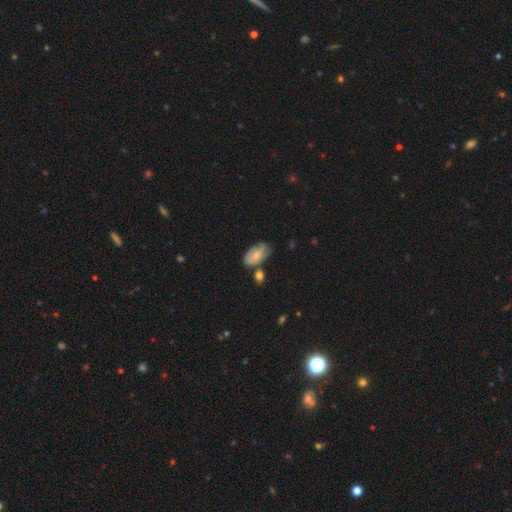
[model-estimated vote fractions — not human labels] smooth_or_featured: smooth (p=0.55) [alt: featured or disk p=0.38]
how_rounded: in between (p=0.92) [alt: round p=0.06]
merging: none (p=0.48) [alt: minor disturbance p=0.30]